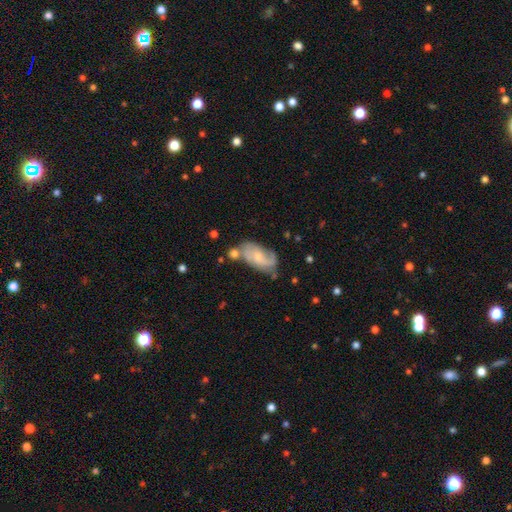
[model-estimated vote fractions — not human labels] The model was most divided on "spiral winding": medium: 42%, loose: 30%, tight: 27%. Remaining: edge-on disk — no (95%); spiral arms — yes (86%); bar — no (64%); smooth or featured — featured or disk (64%); bulge size — small (59%); spiral arm count — 2 (57%); merging — none (46%).